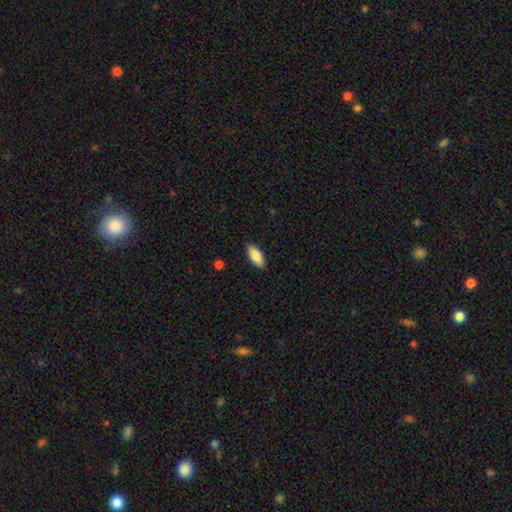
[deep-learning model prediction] This appears to be a smooth galaxy with no disk features (85%) that is in between round and cigar-shaped (86%). Merging: none (88%).